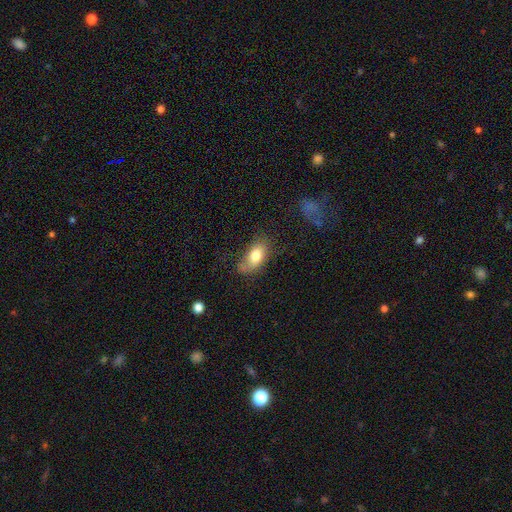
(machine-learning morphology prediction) This appears to be a smooth galaxy with no disk features (78%) that is in between round and cigar-shaped (89%). Merging: none (58%).